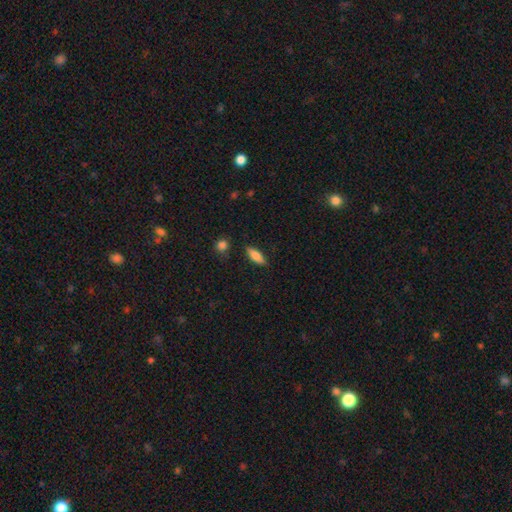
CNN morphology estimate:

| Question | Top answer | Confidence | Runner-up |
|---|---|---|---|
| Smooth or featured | smooth | 77% | featured or disk (16%) |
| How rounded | in between | 65% | cigar-shaped (33%) |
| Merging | none | 84% | minor disturbance (11%) |